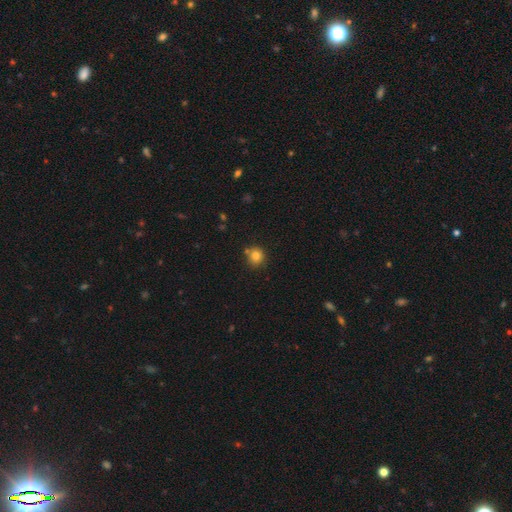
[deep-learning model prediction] This is clearly a smooth galaxy (81%). How rounded: clearly round (88%). Merging: likely none (74%).